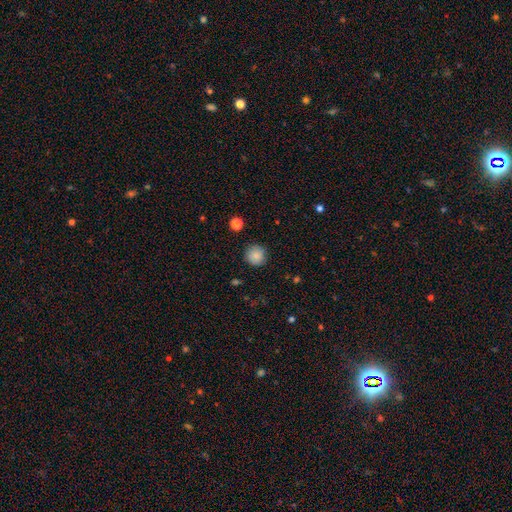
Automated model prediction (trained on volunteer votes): smooth_or_featured: smooth (p=0.85) [alt: star or artifact p=0.09]
how_rounded: round (p=0.94) [alt: in between p=0.05]
merging: none (p=0.89) [alt: minor disturbance p=0.08]